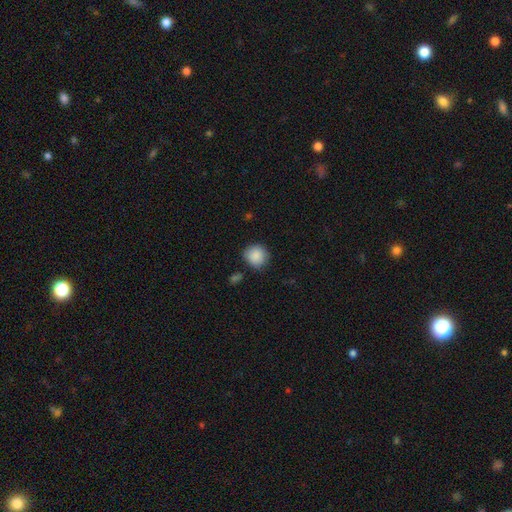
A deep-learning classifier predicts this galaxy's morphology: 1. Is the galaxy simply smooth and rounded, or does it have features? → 89% smooth, 8% star or artifact, 4% featured or disk.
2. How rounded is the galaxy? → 89% round, 10% in between, 1% cigar-shaped.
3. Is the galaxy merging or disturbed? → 82% none, 12% minor disturbance, 3% major disturbance, 3% merger.